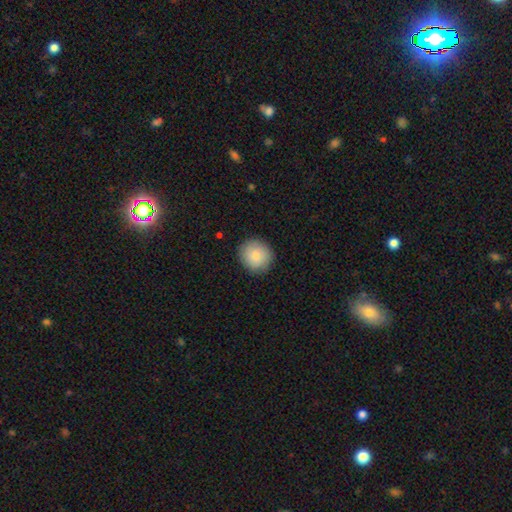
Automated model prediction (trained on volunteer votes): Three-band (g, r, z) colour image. It shows a smooth galaxy with no disk features (85%) that is round (86%). Merging: none (87%).